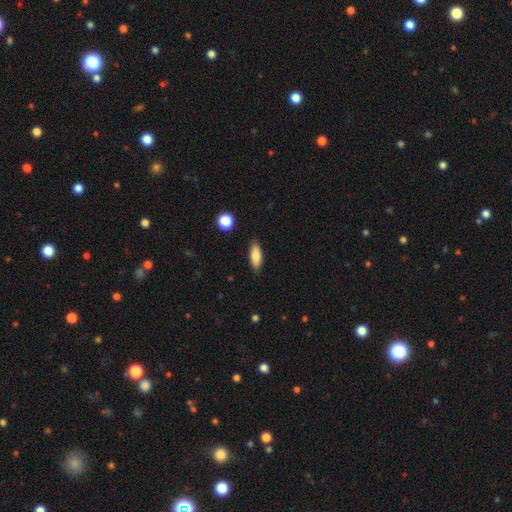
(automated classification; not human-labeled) Overall: smooth (82%). How rounded: in between (67%; cigar-shaped 31%). Merging: none (86%).